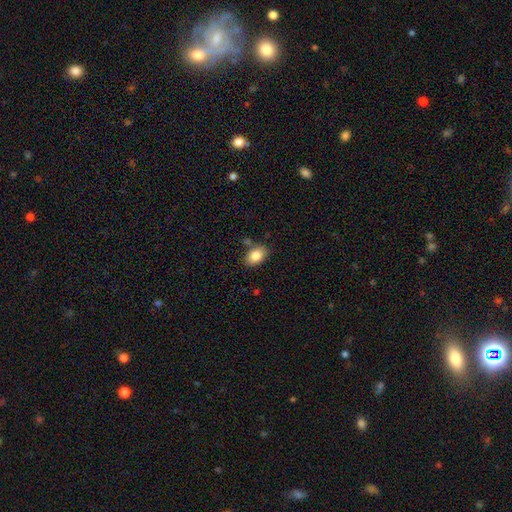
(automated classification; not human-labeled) Smooth or featured? smooth (85%)
How rounded? in between (84%)
Merging? none (78%)